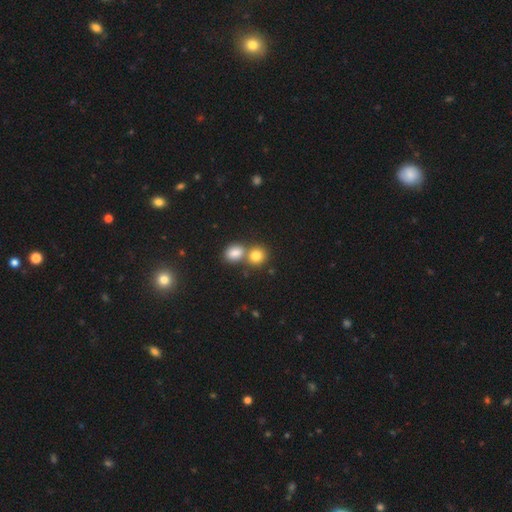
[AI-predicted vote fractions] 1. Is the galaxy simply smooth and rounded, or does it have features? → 81% smooth, 11% star or artifact, 8% featured or disk.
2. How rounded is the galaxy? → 76% round, 23% in between, 1% cigar-shaped.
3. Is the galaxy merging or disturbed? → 46% merger, 45% none, 7% minor disturbance, 2% major disturbance.